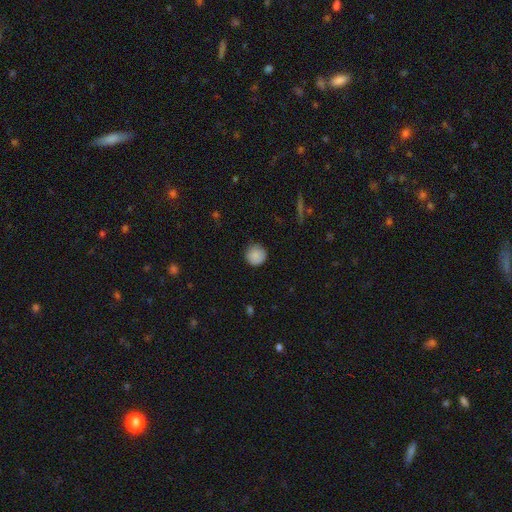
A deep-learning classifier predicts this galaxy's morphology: smooth 87%, star or artifact 8%, featured or disk 5%. Down the decision tree: how rounded — round (95%); merging — none (84%).